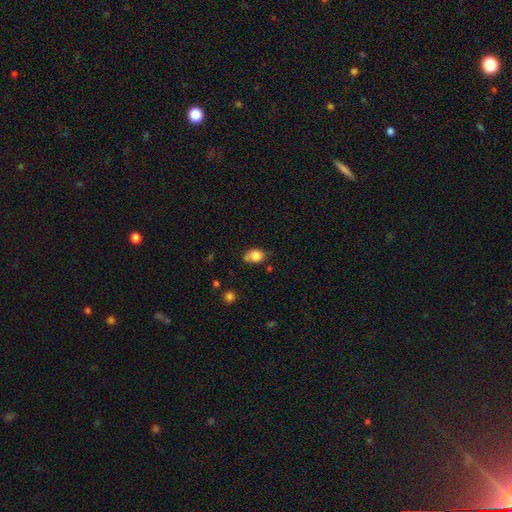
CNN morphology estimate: Smooth or featured: smooth — 80% (featured or disk — 10%)
How rounded: in between — 52% (round — 47%)
Merging: none — 52% (minor disturbance — 26%)